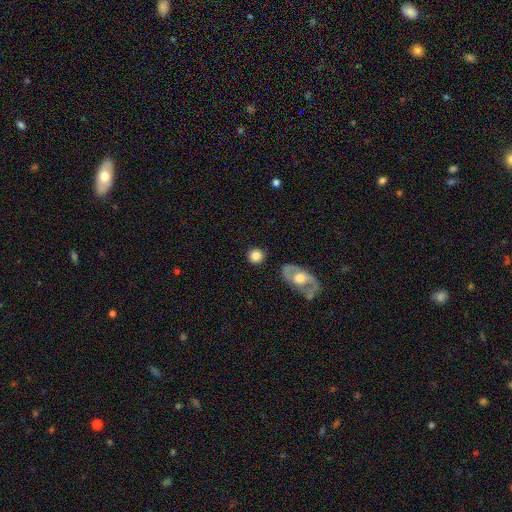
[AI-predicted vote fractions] smooth_or_featured: smooth (p=0.79) [alt: featured or disk p=0.13]
how_rounded: round (p=0.88) [alt: in between p=0.10]
merging: none (p=0.85) [alt: minor disturbance p=0.08]